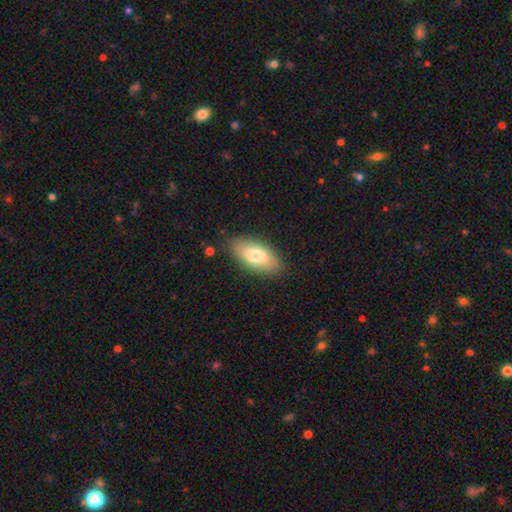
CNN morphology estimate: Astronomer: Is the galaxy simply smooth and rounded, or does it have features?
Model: smooth — 76%.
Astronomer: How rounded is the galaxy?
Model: in between — 90%.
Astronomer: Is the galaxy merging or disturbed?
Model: none — 85%.